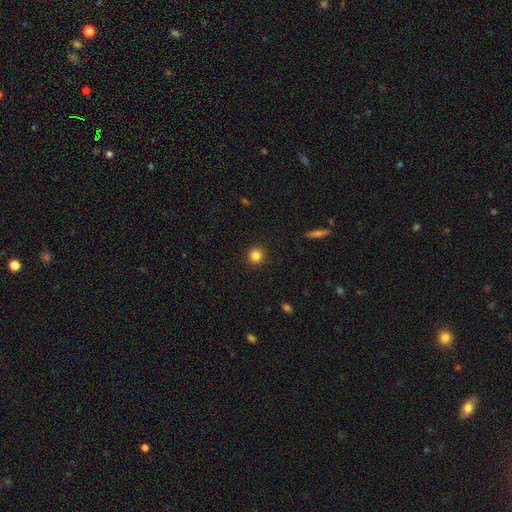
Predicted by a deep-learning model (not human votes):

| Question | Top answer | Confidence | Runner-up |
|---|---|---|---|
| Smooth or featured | smooth | 84% | star or artifact (11%) |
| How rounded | round | 93% | in between (6%) |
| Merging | none | 93% | minor disturbance (5%) |